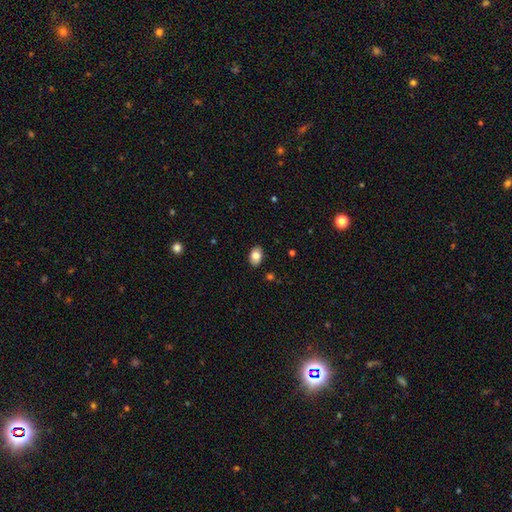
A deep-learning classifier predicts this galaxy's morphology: Smooth or featured: smooth — 83% (featured or disk — 10%)
How rounded: in between — 88% (round — 11%)
Merging: none — 88% (minor disturbance — 9%)